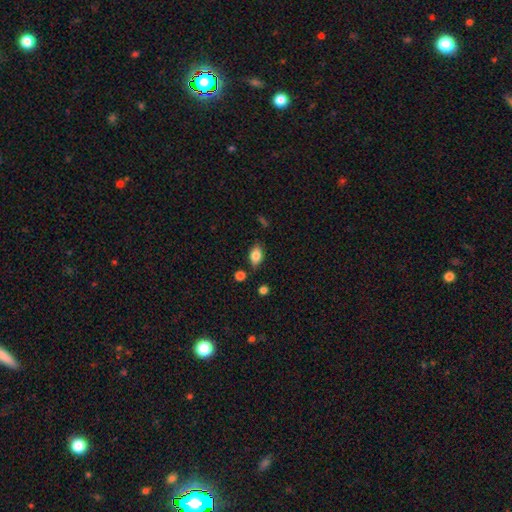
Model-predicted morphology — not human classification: Overall: smooth (79%). How rounded: in between (83%). Merging: none (76%).